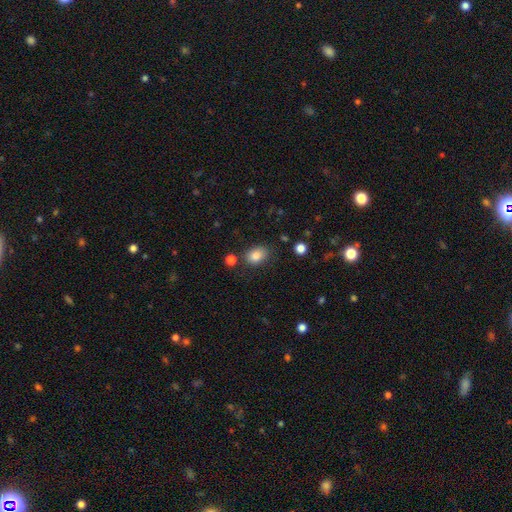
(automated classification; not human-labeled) This is clearly a smooth galaxy (84%). How rounded: likely in between (77%). Merging: likely none (74%).